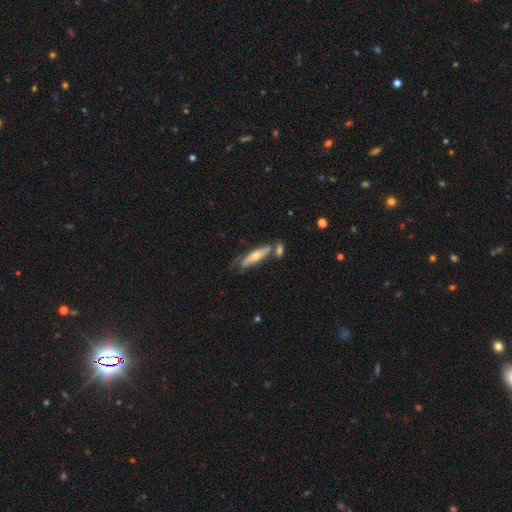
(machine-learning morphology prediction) smooth_or_featured: featured or disk (p=0.52) [alt: smooth p=0.42]
disk_edge_on: yes (p=0.62) [alt: no p=0.38]
merging: none (p=0.52) [alt: minor disturbance p=0.21]